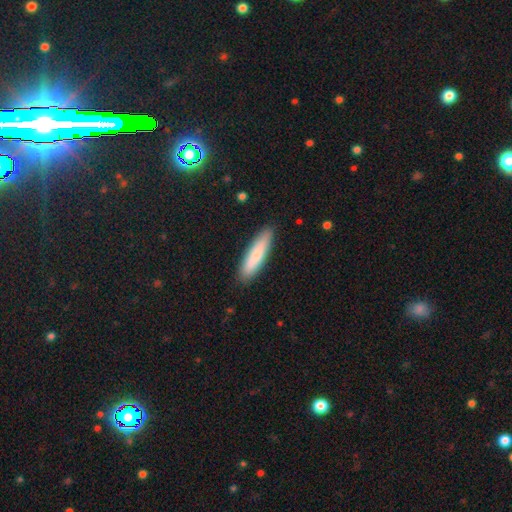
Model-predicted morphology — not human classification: smooth-or-featured: smooth: 79% | featured or disk: 16% | star or artifact: 6%
  how-rounded: cigar-shaped: 76% | in between: 23% | round: 1%
  merging: none: 89% | minor disturbance: 9% | major disturbance: 2% | merger: 1%